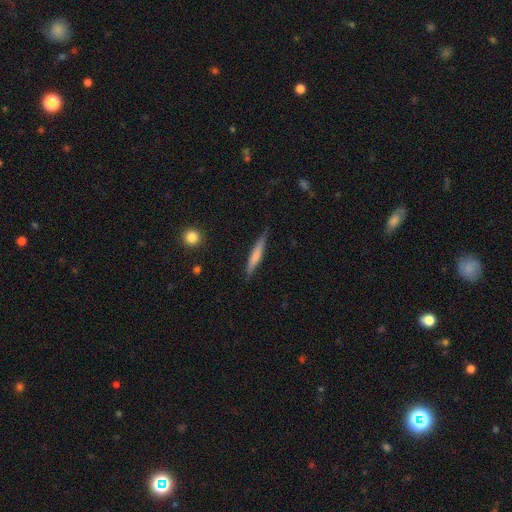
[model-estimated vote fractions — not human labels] This is likely a smooth galaxy (63%). How rounded: clearly cigar-shaped (93%). Merging: clearly none (84%).